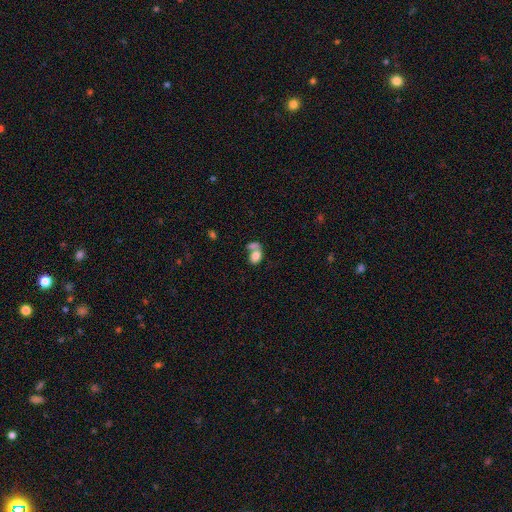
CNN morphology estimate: Q: Smooth or featured?
A: smooth (78%); runner-up: featured or disk (13%)
Q: How rounded?
A: in between (76%); runner-up: round (22%)
Q: Merging?
A: merger (58%); runner-up: none (25%)